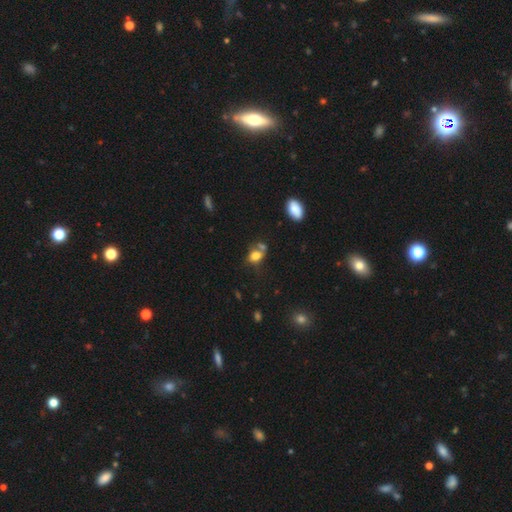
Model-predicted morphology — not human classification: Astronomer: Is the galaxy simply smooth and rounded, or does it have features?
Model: smooth — 75%.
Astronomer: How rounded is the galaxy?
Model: in between — 62%.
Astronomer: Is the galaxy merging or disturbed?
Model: none — 38% (runner-up: merger, 36%).